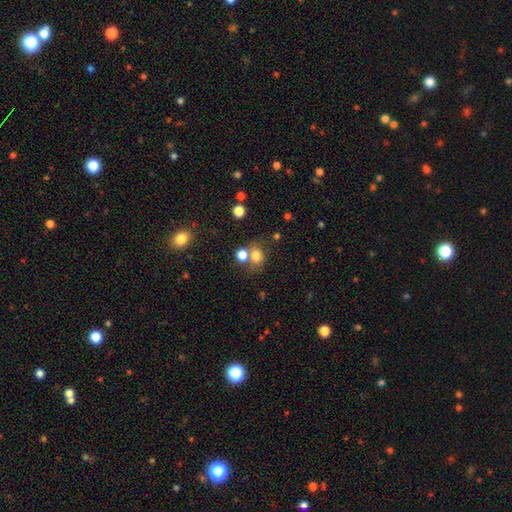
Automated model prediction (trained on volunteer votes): smooth-or-featured: smooth: 76% | star or artifact: 14% | featured or disk: 10%
  how-rounded: round: 60% | in between: 39% | cigar-shaped: 1%
  merging: none: 51% | merger: 31% | minor disturbance: 12% | major disturbance: 6%